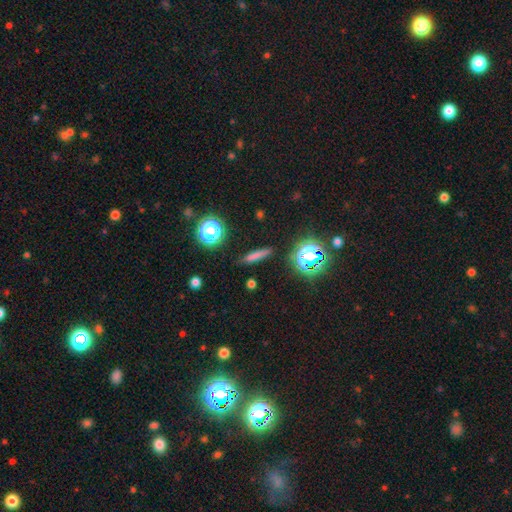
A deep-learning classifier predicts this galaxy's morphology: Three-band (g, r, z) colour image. It shows a smooth galaxy with no disk features (67%) that is cigar-shaped (84%). Merging: none (83%).